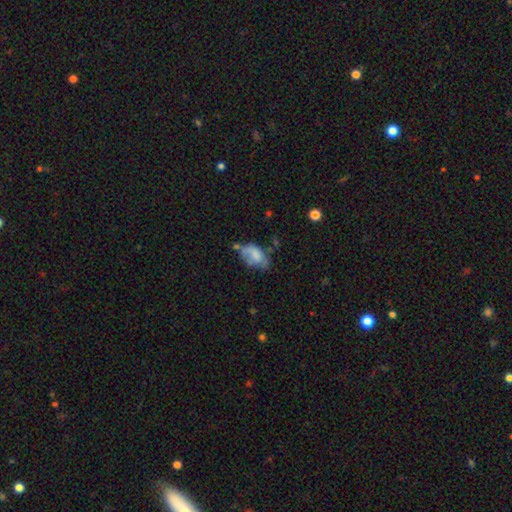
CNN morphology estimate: A smooth galaxy with no disk features (66%) that is in between round and cigar-shaped (90%). Merging: none (35%).